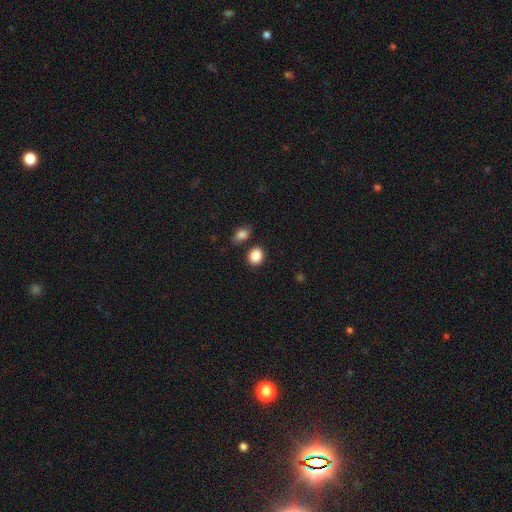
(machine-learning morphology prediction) The model was most divided on "how rounded": round: 56%, in between: 43%, cigar-shaped: 1%. More confident: smooth or featured — smooth (88%); merging — none (78%).